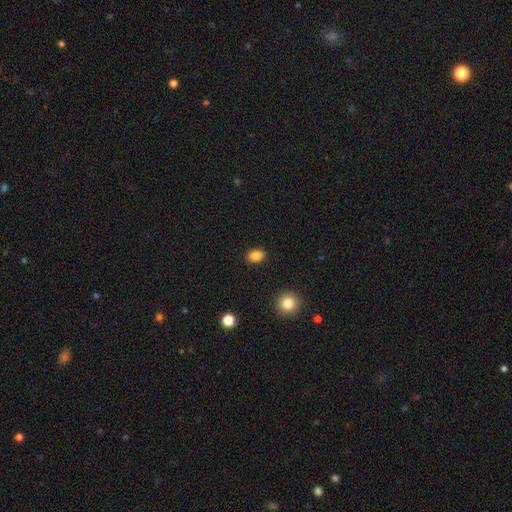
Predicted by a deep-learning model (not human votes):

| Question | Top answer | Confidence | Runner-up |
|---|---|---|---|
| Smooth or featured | smooth | 86% | star or artifact (10%) |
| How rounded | in between | 65% | round (34%) |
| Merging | none | 89% | minor disturbance (7%) |